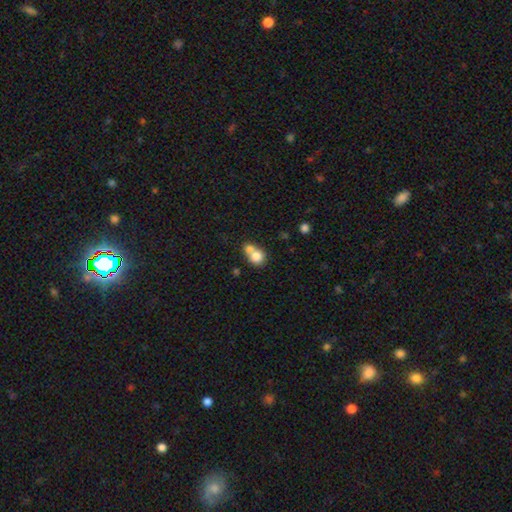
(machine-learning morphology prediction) Smooth or featured? smooth (78%)
How rounded? round (80%)
Merging? merger (60%)